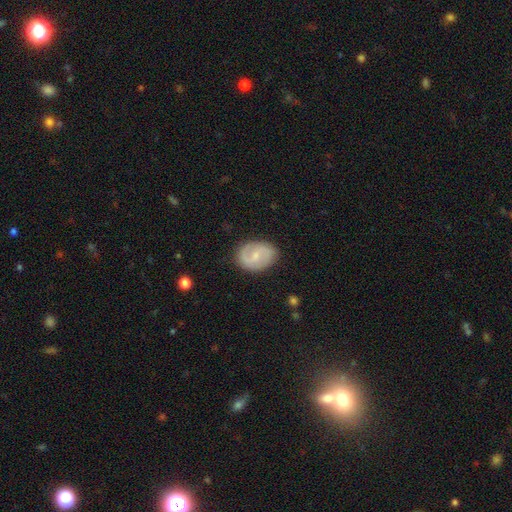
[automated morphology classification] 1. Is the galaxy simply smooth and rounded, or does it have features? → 59% featured or disk, 35% smooth, 6% star or artifact.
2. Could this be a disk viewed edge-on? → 97% no, 3% yes.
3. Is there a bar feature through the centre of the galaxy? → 52% weak, 34% no, 14% strong.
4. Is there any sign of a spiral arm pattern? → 82% yes, 18% no.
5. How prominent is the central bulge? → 62% small, 30% moderate, 6% none, 1% large, 1% dominant.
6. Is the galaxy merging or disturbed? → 79% none, 15% minor disturbance, 4% major disturbance, 1% merger.